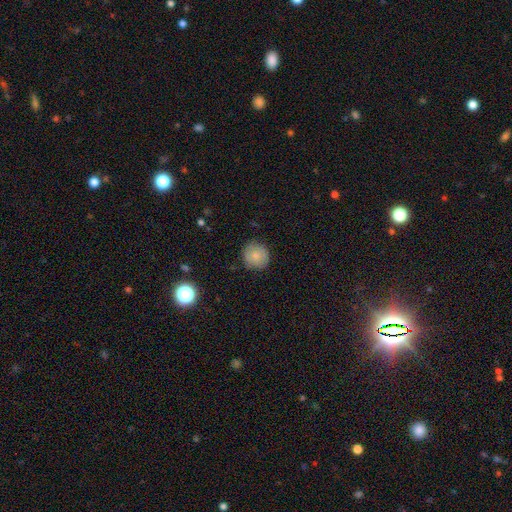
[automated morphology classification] Smooth or featured? Predicted: smooth (p=0.77). How rounded? Predicted: round (p=0.89). Merging? Predicted: none (p=0.83).